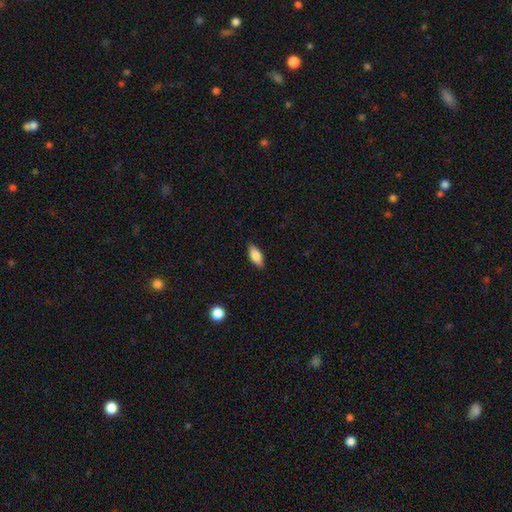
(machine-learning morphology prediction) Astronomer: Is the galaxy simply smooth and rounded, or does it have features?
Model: smooth — 81%.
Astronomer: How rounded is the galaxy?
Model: in between — 80%.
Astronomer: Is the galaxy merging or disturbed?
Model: none — 87%.